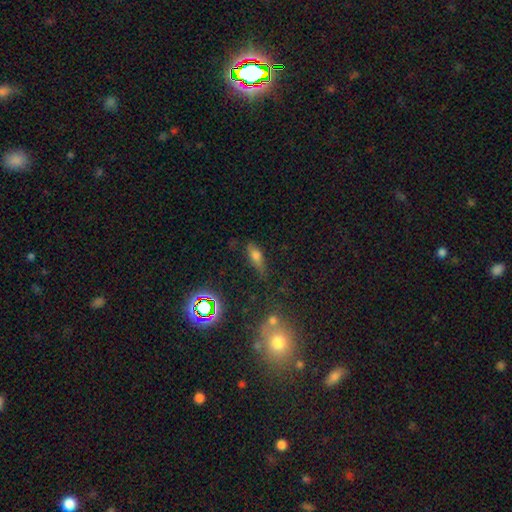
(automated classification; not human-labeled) smooth_or_featured: smooth (p=0.61) [alt: featured or disk p=0.21]
how_rounded: in between (p=0.59) [alt: cigar-shaped p=0.35]
merging: none (p=0.61) [alt: minor disturbance p=0.26]